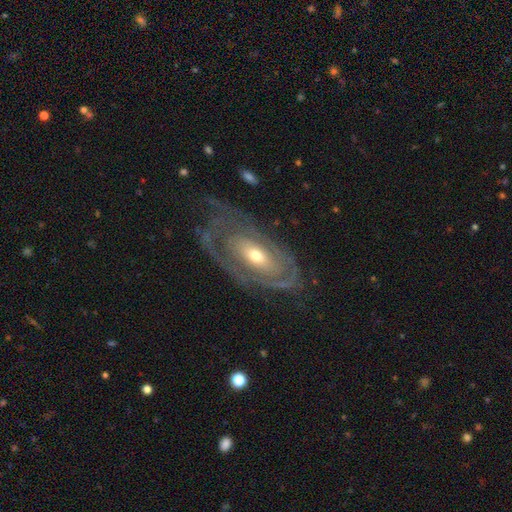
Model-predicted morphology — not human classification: featured or disk 81%, smooth 14%, star or artifact 5%. Down the decision tree: edge-on disk — no (92%); bar — no (69%); spiral arms — yes (78%); spiral arm count — 2 (37%); spiral winding — tight (64%); bulge size — moderate (53%); merging — none (60%).